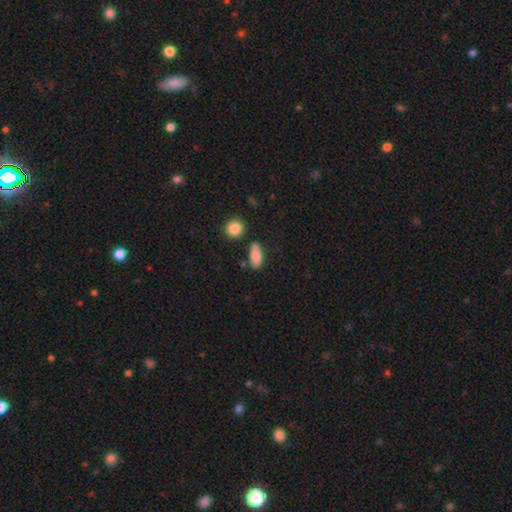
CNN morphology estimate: This appears to be a smooth galaxy with no disk features (84%) that is in between round and cigar-shaped (83%). Merging: none (69%).